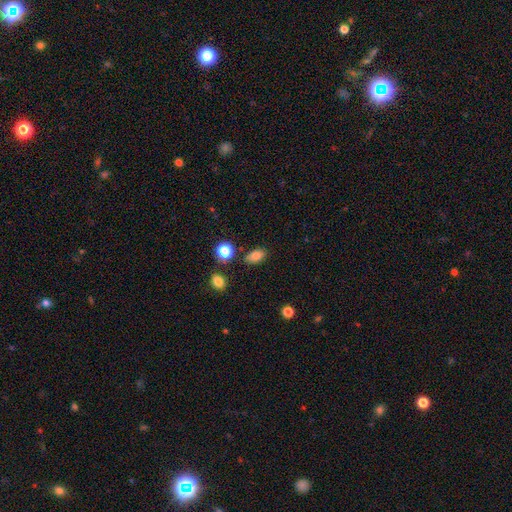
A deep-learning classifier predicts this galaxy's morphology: A smooth galaxy with no disk features (82%) that is in between round and cigar-shaped (86%). Merging: none (82%).